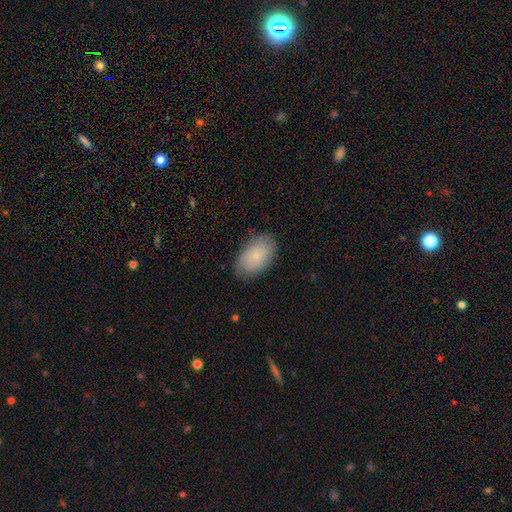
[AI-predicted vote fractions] This appears to be a smooth galaxy with no disk features (72%) that is in between round and cigar-shaped (93%). Merging: none (78%).